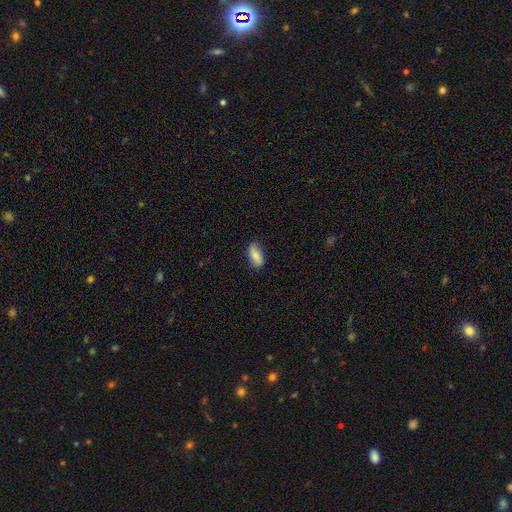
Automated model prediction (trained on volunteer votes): Smooth or featured?
  - smooth: 72% *
  - featured or disk: 21%
  - star or artifact: 6%
How rounded?
  - in between: 89% *
  - cigar-shaped: 8%
  - round: 3%
Merging?
  - none: 82% *
  - minor disturbance: 14%
  - major disturbance: 2%
  - merger: 1%